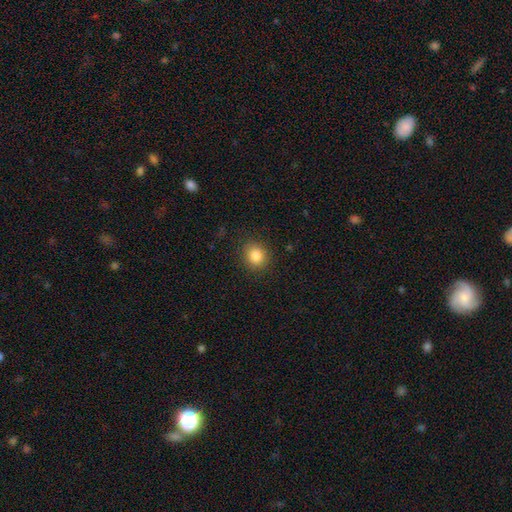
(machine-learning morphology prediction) A smooth galaxy with no disk features (85%) that is round (78%).

Vote fractions:
- Smooth or featured? smooth: 85% / star or artifact: 10% / featured or disk: 5%
- How rounded? round: 78% / in between: 21% / cigar-shaped: 1%
- Merging? none: 88% / minor disturbance: 8% / major disturbance: 3% / merger: 1%